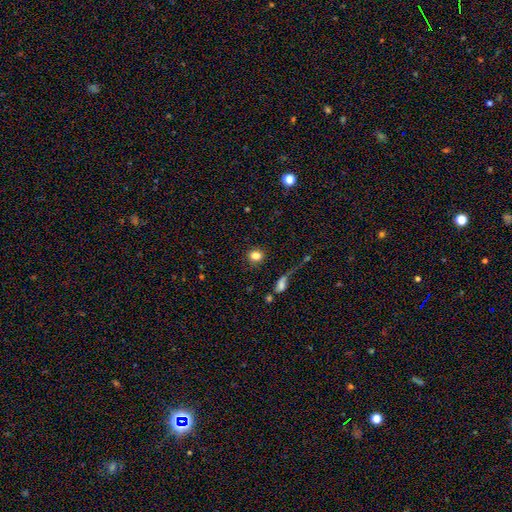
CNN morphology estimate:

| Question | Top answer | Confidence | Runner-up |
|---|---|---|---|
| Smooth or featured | smooth | 83% | star or artifact (10%) |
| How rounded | round | 78% | in between (21%) |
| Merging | none | 83% | minor disturbance (8%) |